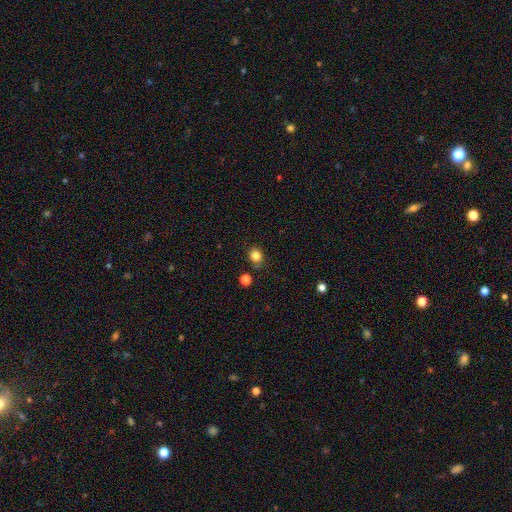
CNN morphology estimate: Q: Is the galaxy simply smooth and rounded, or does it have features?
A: smooth — 83%.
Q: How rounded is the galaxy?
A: round — 76%.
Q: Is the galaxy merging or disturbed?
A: none — 80%.